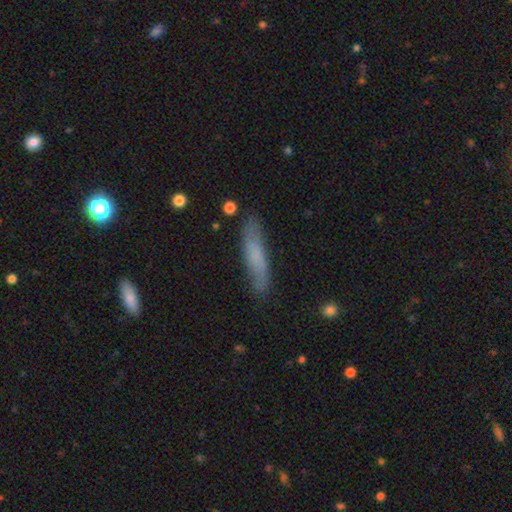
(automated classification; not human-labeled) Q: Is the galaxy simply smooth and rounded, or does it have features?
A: smooth — 63%.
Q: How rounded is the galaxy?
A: cigar-shaped — 81%.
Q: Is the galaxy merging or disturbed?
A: none — 80%.